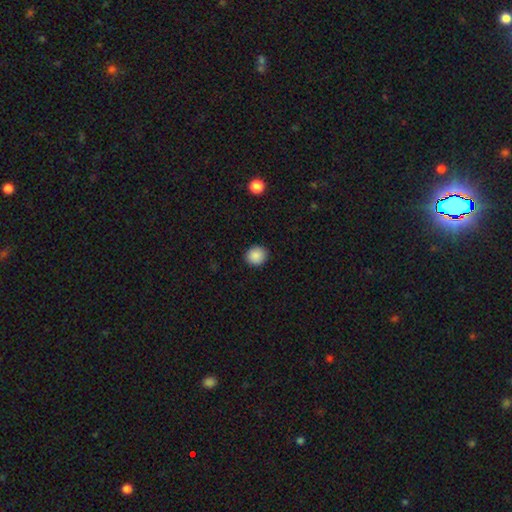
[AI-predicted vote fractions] The model was most divided on "how rounded": round: 86%, in between: 13%, cigar-shaped: 1%. More confident: merging — none (91%); smooth or featured — smooth (89%).